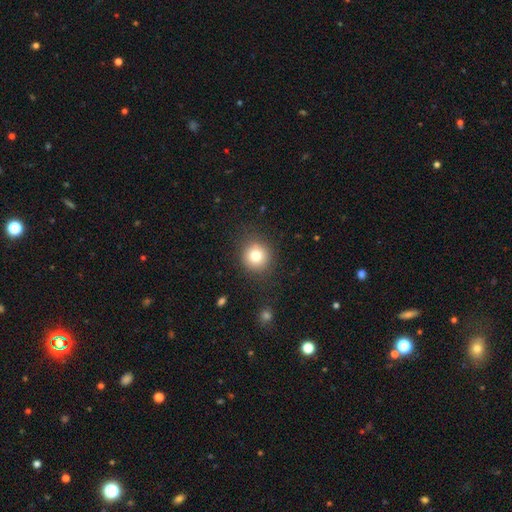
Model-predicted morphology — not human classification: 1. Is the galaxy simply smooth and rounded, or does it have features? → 81% smooth, 11% star or artifact, 8% featured or disk.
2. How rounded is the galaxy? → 90% round, 9% in between, 1% cigar-shaped.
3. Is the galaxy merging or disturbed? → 86% none, 9% minor disturbance, 3% major disturbance, 2% merger.